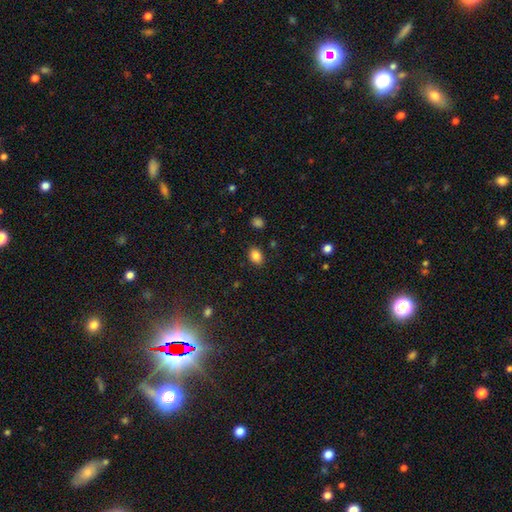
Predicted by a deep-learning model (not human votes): The model was most divided on "how rounded": in between: 71%, round: 28%, cigar-shaped: 1%. More confident: merging — none (86%); smooth or featured — smooth (85%).